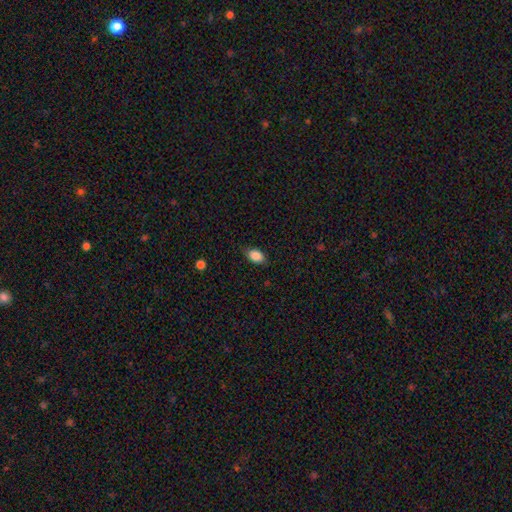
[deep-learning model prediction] The model was most divided on "merging": none: 79%, minor disturbance: 17%, major disturbance: 3%, merger: 1%. More confident: smooth or featured — smooth (86%); how rounded — in between (84%).